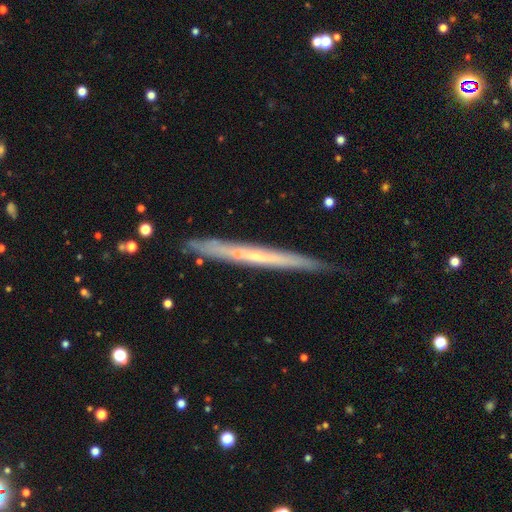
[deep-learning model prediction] Smooth or featured?
  - featured or disk: 69% *
  - smooth: 24%
  - star or artifact: 7%
Edge-on disk?
  - yes: 94% *
  - no: 6%
Edge-on bulge?
  - none: 71% *
  - rounded: 27%
  - boxy: 3%
Merging?
  - none: 85% *
  - minor disturbance: 11%
  - merger: 2%
  - major disturbance: 2%